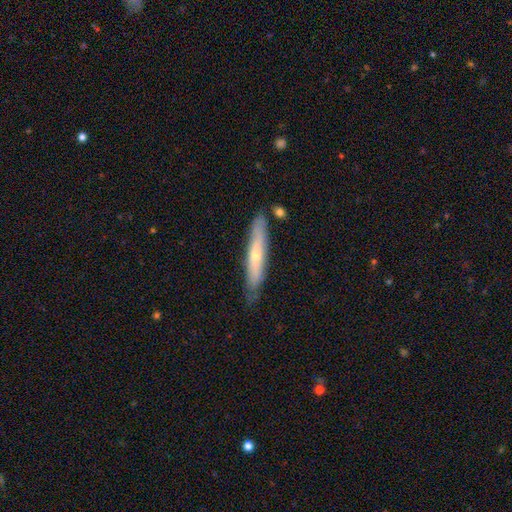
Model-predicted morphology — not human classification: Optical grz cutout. It shows a featured or disk galaxy (48%). Merging: none (75%).